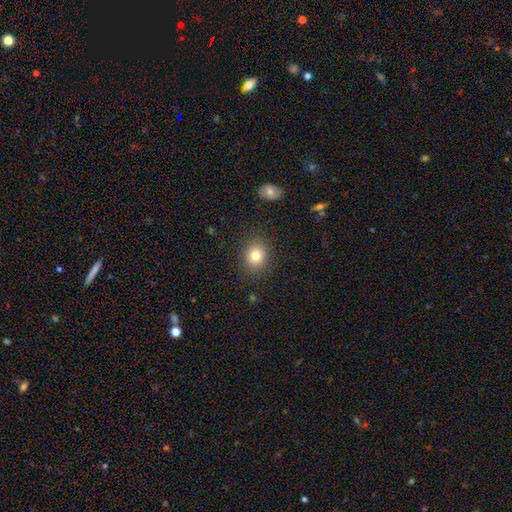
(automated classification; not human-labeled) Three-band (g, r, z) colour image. It shows a smooth galaxy with no disk features (80%) that is round (61%). Merging: none (86%).